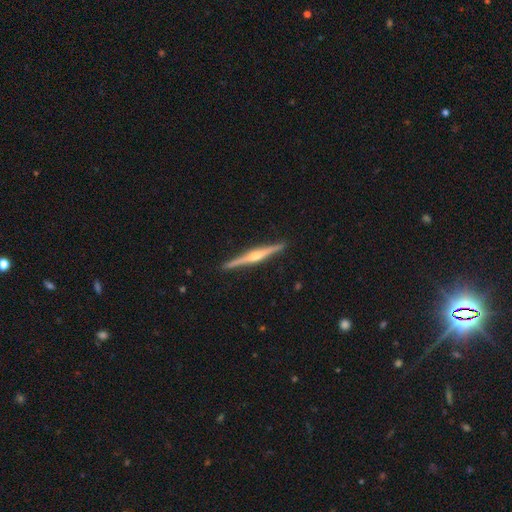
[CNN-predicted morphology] A featured or disk galaxy (81%) viewed edge-on (99%) with a rounded central bulge (82%).

Vote fractions:
- Smooth or featured? featured or disk: 81% / smooth: 15% / star or artifact: 5%
- Edge-on disk? yes: 99% / no: 1%
- Edge-on bulge? rounded: 82% / boxy: 10% / none: 8%
- Merging? none: 92% / minor disturbance: 6% / major disturbance: 1% / merger: 1%